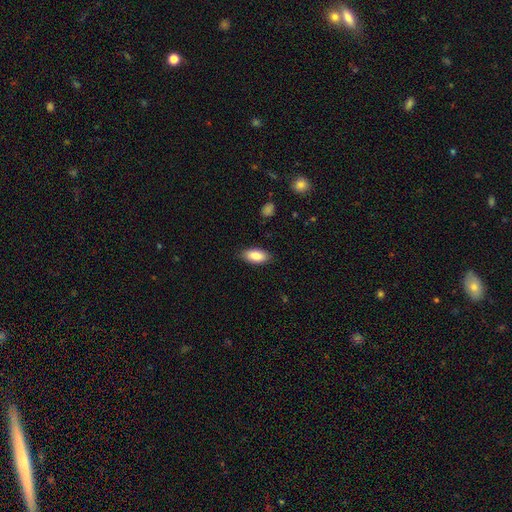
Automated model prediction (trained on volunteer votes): Smooth or featured? Predicted: smooth (p=0.86). How rounded? Predicted: in between (p=0.90). Merging? Predicted: none (p=0.86).